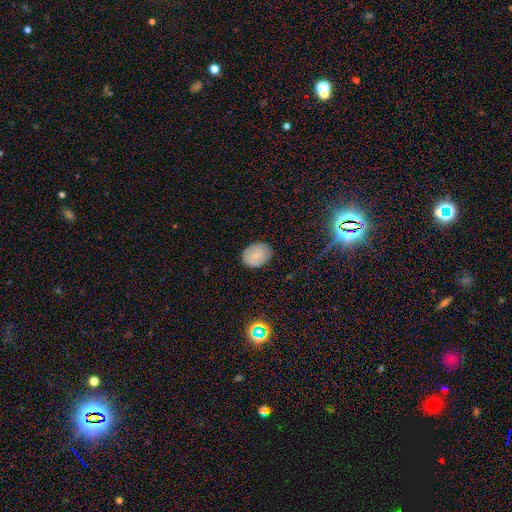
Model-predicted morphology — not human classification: Q: Smooth or featured?
A: smooth (76%); runner-up: featured or disk (14%)
Q: How rounded?
A: in between (55%); runner-up: round (44%)
Q: Merging?
A: none (83%); runner-up: minor disturbance (14%)